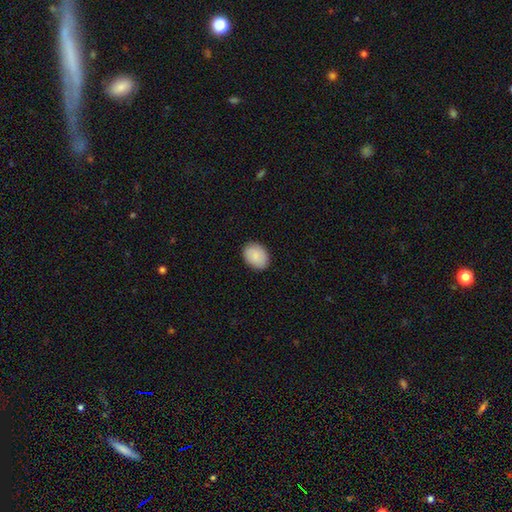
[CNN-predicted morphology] Smooth or featured? smooth (86%)
How rounded? in between (66%)
Merging? none (87%)